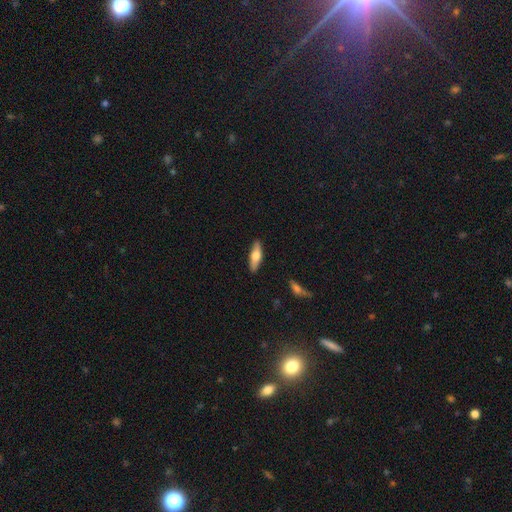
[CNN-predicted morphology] Q: Smooth or featured?
A: smooth (60%); runner-up: featured or disk (35%)
Q: How rounded?
A: cigar-shaped (50%); runner-up: in between (48%)
Q: Merging?
A: none (88%); runner-up: minor disturbance (9%)